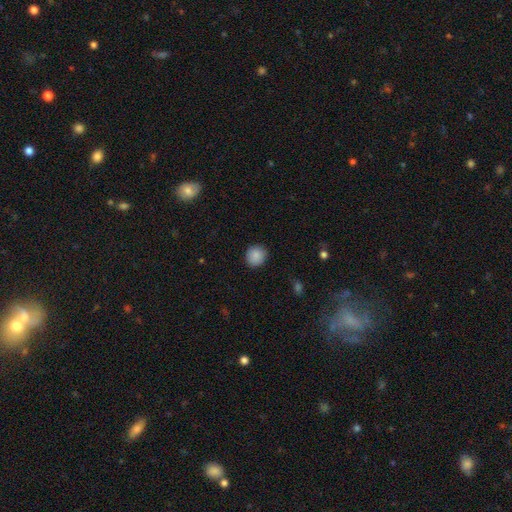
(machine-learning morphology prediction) This appears to be a smooth galaxy with no disk features (87%) that is round (88%). Merging: none (90%).